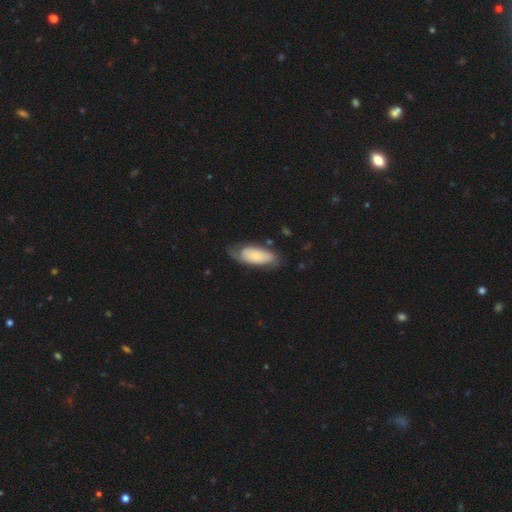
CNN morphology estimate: Q: Smooth or featured?
A: smooth (58%); runner-up: featured or disk (36%)
Q: How rounded?
A: in between (85%); runner-up: cigar-shaped (13%)
Q: Merging?
A: none (56%); runner-up: minor disturbance (29%)